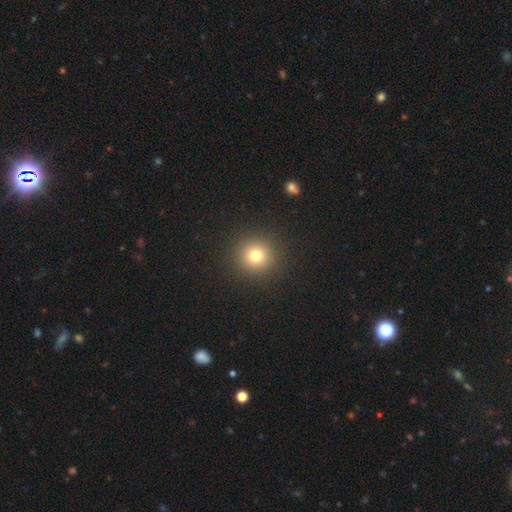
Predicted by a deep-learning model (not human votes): smooth-or-featured: smooth: 77% | star or artifact: 15% | featured or disk: 8%
  how-rounded: round: 95% | in between: 4% | cigar-shaped: 1%
  merging: none: 92% | minor disturbance: 5% | major disturbance: 2% | merger: 1%